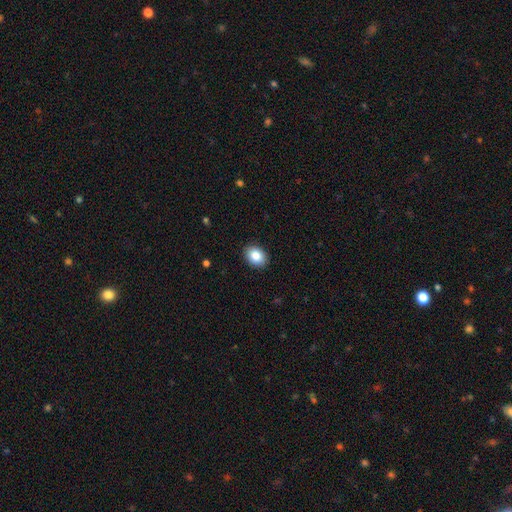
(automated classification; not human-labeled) This appears to be a smooth galaxy with no disk features (86%) that is in between round and cigar-shaped (72%). Merging: none (90%).